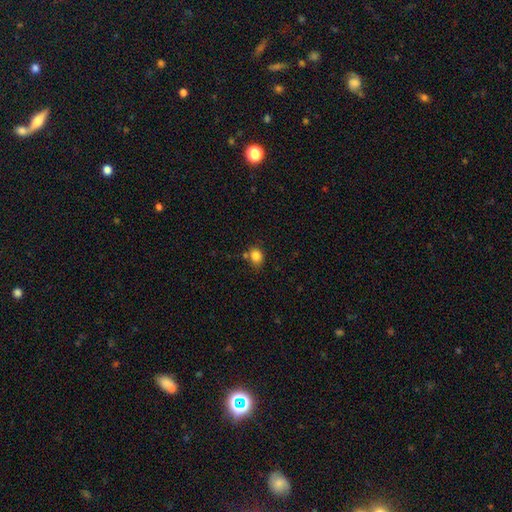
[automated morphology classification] smooth-or-featured: smooth: 84% | star or artifact: 11% | featured or disk: 6%
  how-rounded: round: 65% | in between: 34% | cigar-shaped: 1%
  merging: none: 63% | minor disturbance: 19% | merger: 13% | major disturbance: 5%